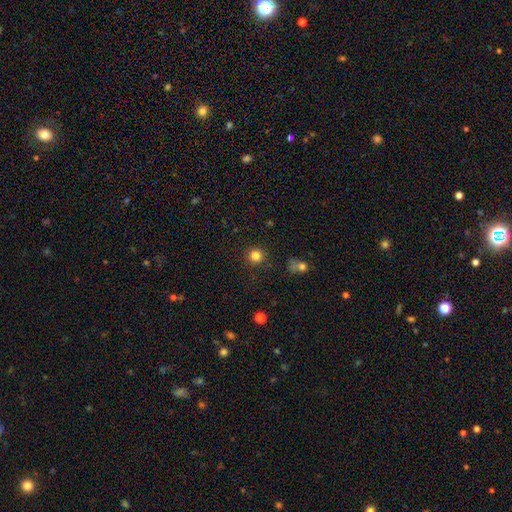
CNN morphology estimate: Smooth or featured? smooth (83%)
How rounded? round (94%)
Merging? none (88%)